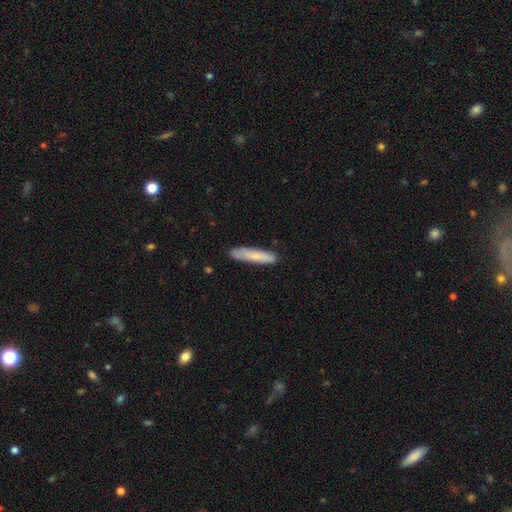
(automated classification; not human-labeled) This appears to be a smooth galaxy with no disk features (74%) that is cigar-shaped (89%). Merging: none (86%).